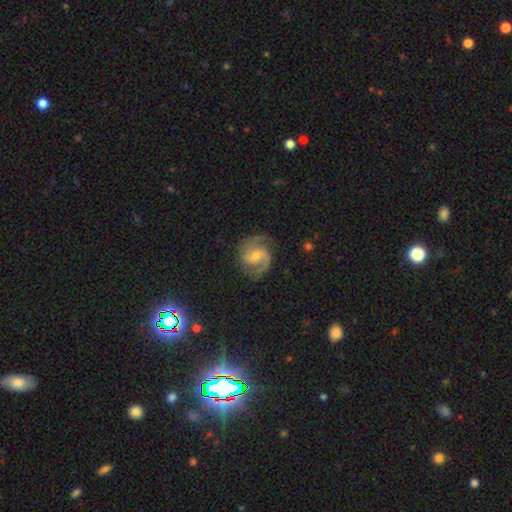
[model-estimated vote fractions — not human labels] smooth_or_featured: featured or disk (p=0.89) [alt: smooth p=0.06]
disk_edge_on: no (p=0.98) [alt: yes p=0.02]
bar: weak (p=0.46) [alt: no p=0.42]
has_spiral_arms: yes (p=0.98) [alt: no p=0.02]
spiral_winding: medium (p=0.58) [alt: tight p=0.27]
spiral_arm_count: 2 (p=0.89) [alt: 3 p=0.04]
bulge_size: small (p=0.51) [alt: moderate p=0.44]
merging: none (p=0.79) [alt: minor disturbance p=0.14]